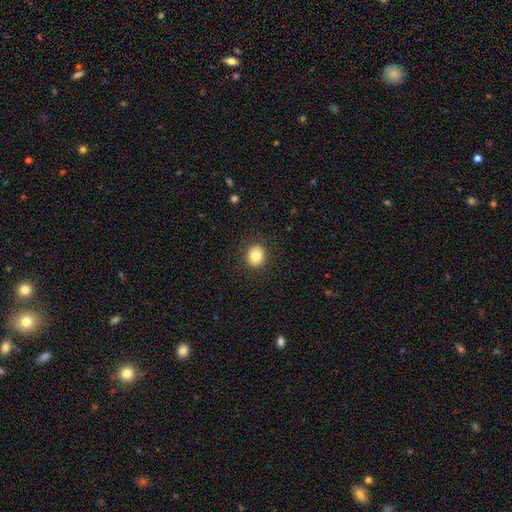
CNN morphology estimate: This appears to be a smooth galaxy with no disk features (82%) that is round (85%). Merging: none (90%).